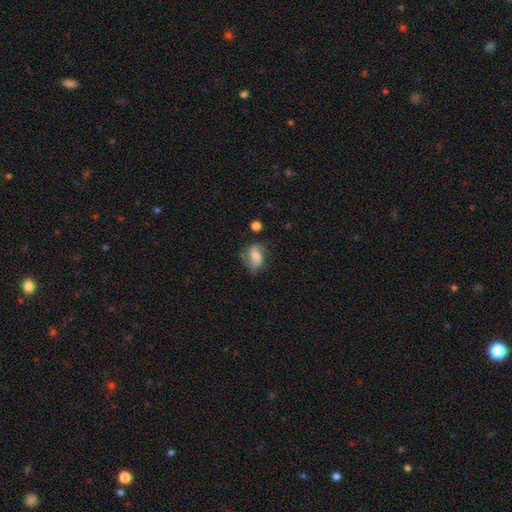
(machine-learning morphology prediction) Smooth or featured? smooth (47%)
Merging? none (56%)